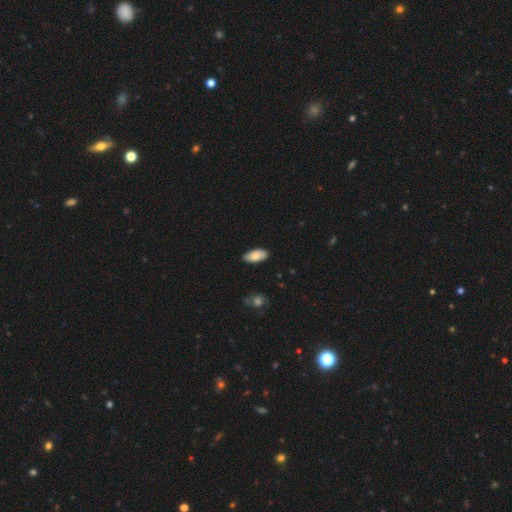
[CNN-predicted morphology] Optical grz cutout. It shows a smooth galaxy with no disk features (84%) that is in between round and cigar-shaped (93%). Merging: none (86%).